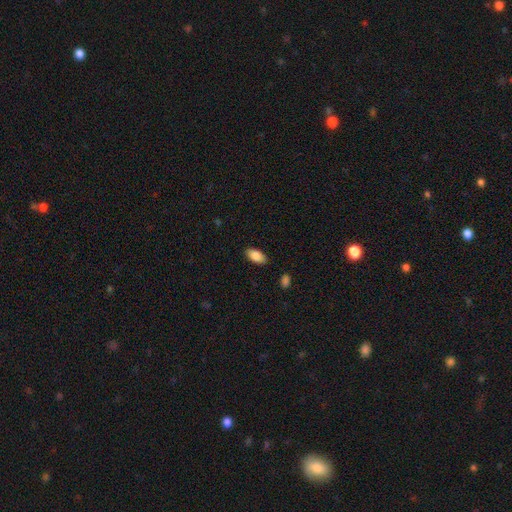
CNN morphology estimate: smooth-or-featured: smooth: 86% | featured or disk: 7% | star or artifact: 7%
  how-rounded: in between: 94% | cigar-shaped: 4% | round: 3%
  merging: none: 87% | minor disturbance: 9% | major disturbance: 2% | merger: 1%